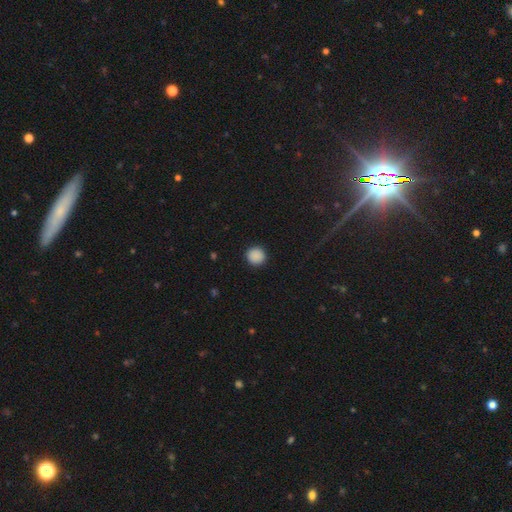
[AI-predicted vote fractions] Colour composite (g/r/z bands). It shows a smooth galaxy with no disk features (89%) that is round (94%). Merging: none (92%).